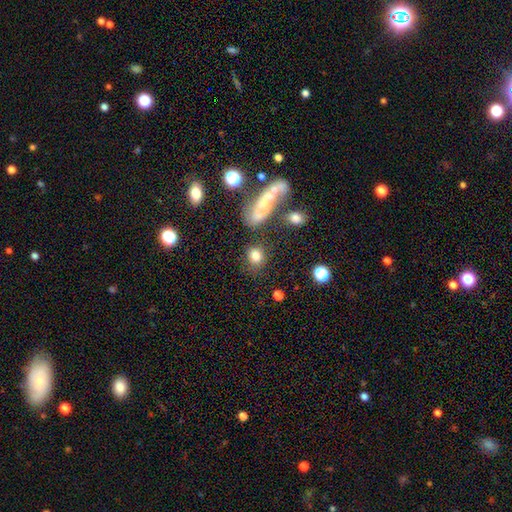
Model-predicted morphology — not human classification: smooth_or_featured: smooth (p=0.79) [alt: star or artifact p=0.11]
how_rounded: round (p=0.66) [alt: in between p=0.32]
merging: none (p=0.69) [alt: minor disturbance p=0.15]